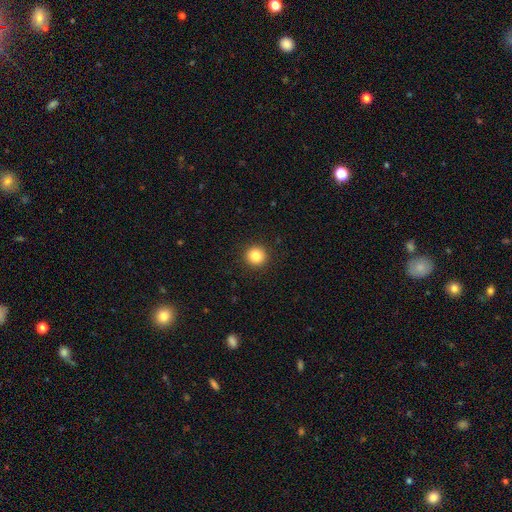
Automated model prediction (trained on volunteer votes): Smooth or featured? Predicted: smooth (p=0.85). How rounded? Predicted: round (p=0.95). Merging? Predicted: none (p=0.93).